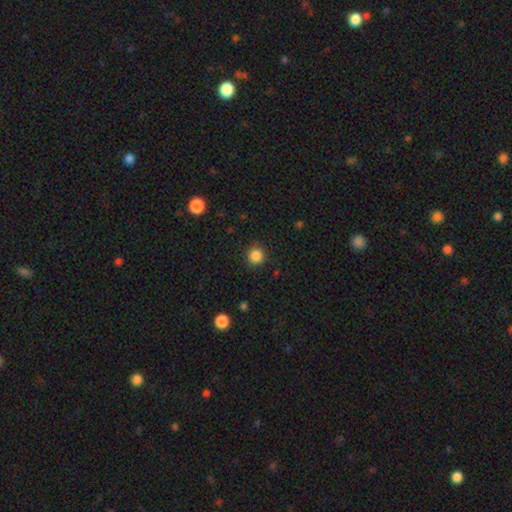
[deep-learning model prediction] This is clearly a smooth galaxy (86%). How rounded: clearly round (91%). Merging: clearly none (90%).